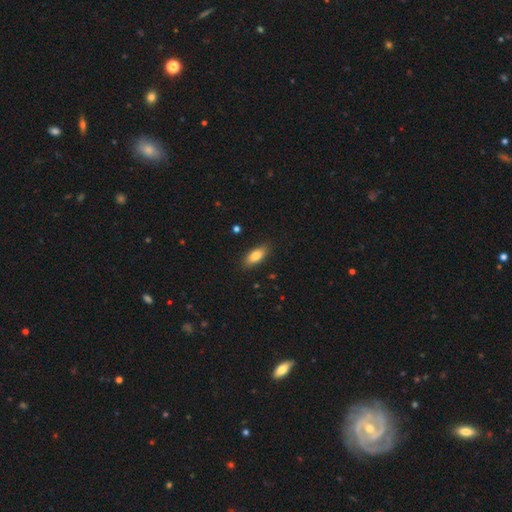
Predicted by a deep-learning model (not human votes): A smooth galaxy with no disk features (82%) that is in between round and cigar-shaped (80%).

Vote fractions:
- Smooth or featured? smooth: 82% / featured or disk: 11% / star or artifact: 7%
- How rounded? in between: 80% / cigar-shaped: 17% / round: 3%
- Merging? none: 86% / minor disturbance: 10% / major disturbance: 2% / merger: 1%